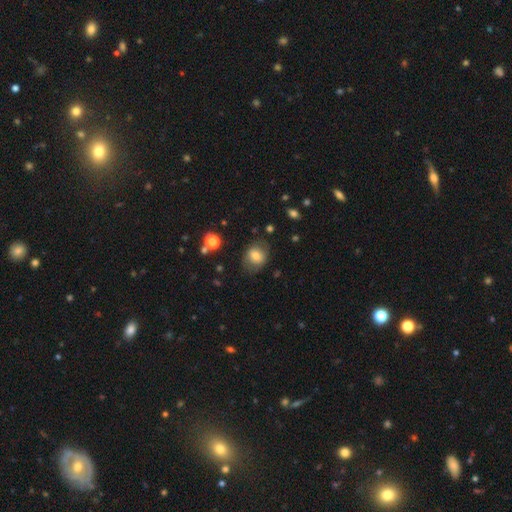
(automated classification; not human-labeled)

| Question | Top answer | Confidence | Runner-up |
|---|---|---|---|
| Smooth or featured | smooth | 72% | featured or disk (18%) |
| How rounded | round | 58% | in between (41%) |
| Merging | none | 73% | minor disturbance (18%) |